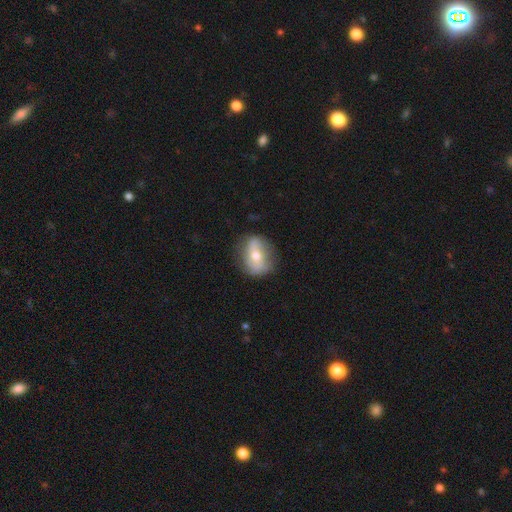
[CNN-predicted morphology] Overall: featured or disk (49%; smooth 44%). Merging: none (73%).